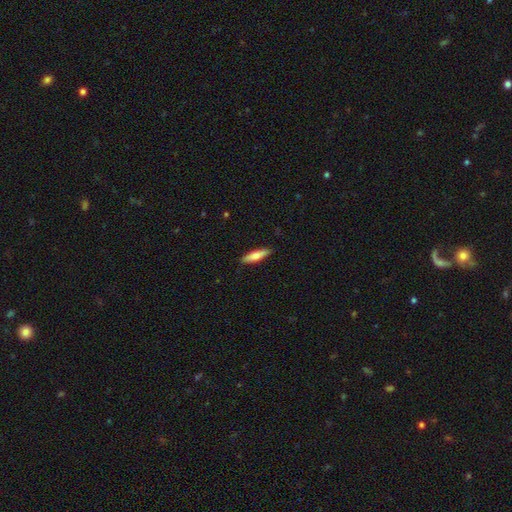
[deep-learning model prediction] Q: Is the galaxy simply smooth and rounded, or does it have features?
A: smooth — 70%.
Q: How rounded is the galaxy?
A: cigar-shaped — 73%.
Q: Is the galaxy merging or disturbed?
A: none — 89%.